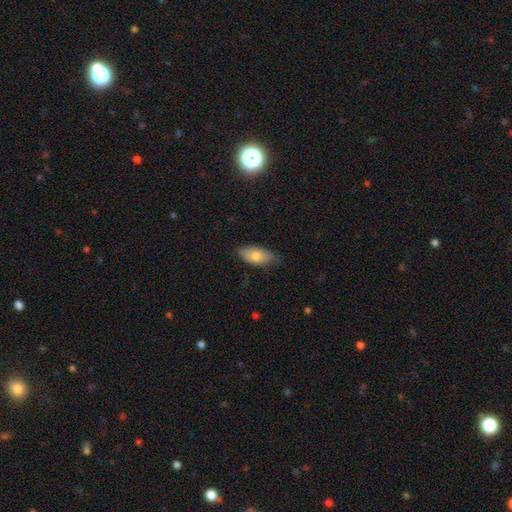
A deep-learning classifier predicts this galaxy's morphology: Smooth or featured? Predicted: smooth (p=0.75). How rounded? Predicted: in between (p=0.87). Merging? Predicted: none (p=0.73).